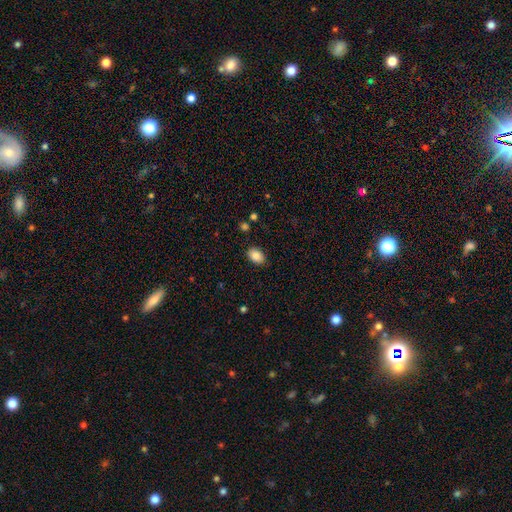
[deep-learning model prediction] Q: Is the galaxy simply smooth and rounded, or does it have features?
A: smooth — 85%.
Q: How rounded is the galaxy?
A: in between — 82%.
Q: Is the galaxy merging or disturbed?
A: none — 87%.